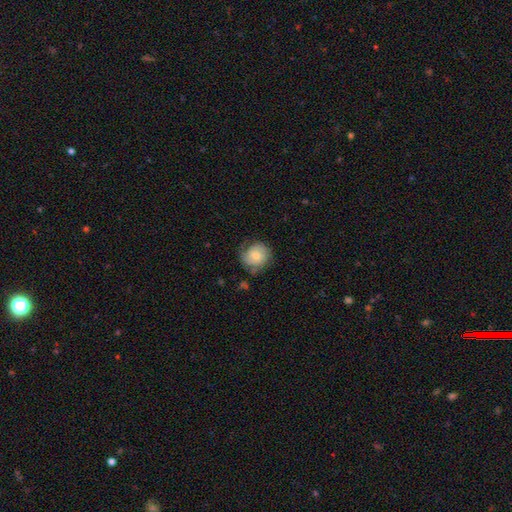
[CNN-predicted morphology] This appears to be a smooth galaxy with no disk features (52%) that is round (82%). Merging: none (67%).